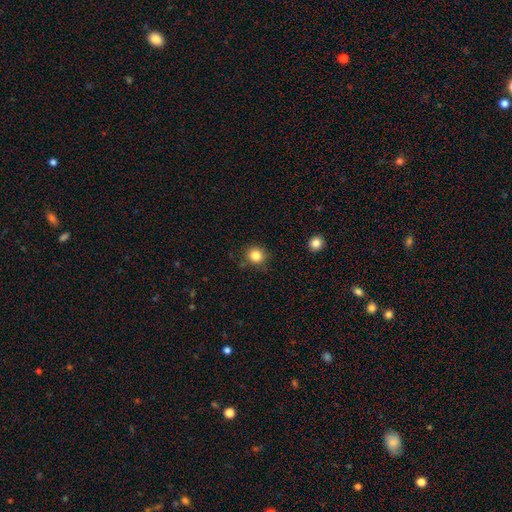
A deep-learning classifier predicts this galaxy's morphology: Smooth or featured?
  - smooth: 84% *
  - star or artifact: 11%
  - featured or disk: 5%
How rounded?
  - round: 89% *
  - in between: 10%
  - cigar-shaped: 1%
Merging?
  - none: 84% *
  - minor disturbance: 10%
  - major disturbance: 3%
  - merger: 3%